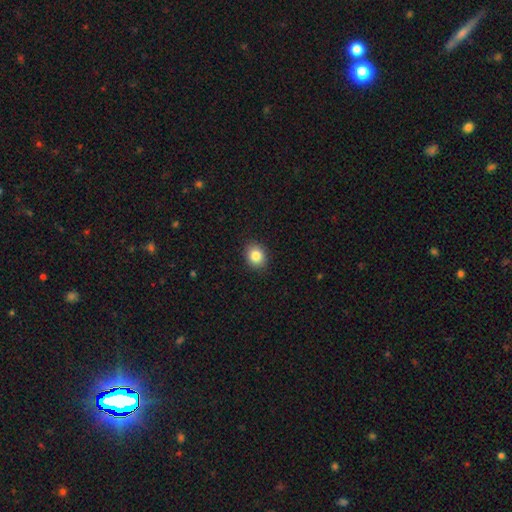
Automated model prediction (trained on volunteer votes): smooth-or-featured: smooth: 84% | star or artifact: 9% | featured or disk: 6%
  how-rounded: round: 58% | in between: 41% | cigar-shaped: 1%
  merging: none: 90% | minor disturbance: 7% | major disturbance: 2% | merger: 1%